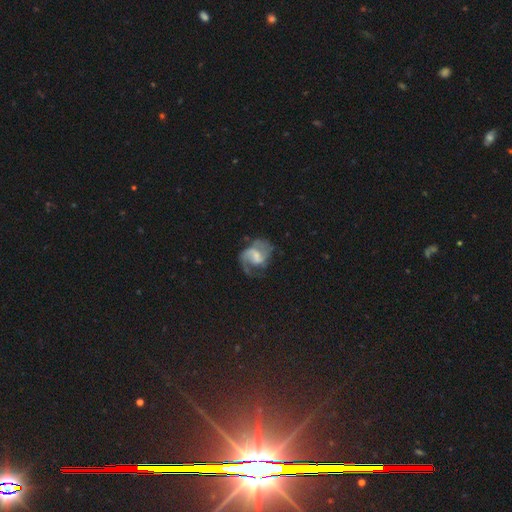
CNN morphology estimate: Smooth or featured? featured or disk (77%)
Edge-on disk? no (98%)
Bar? weak (54%)
Spiral arms? yes (92%)
Spiral winding? medium (50%)
Spiral arm count? 2 (69%)
Bulge size? small (37%)
Merging? none (52%)